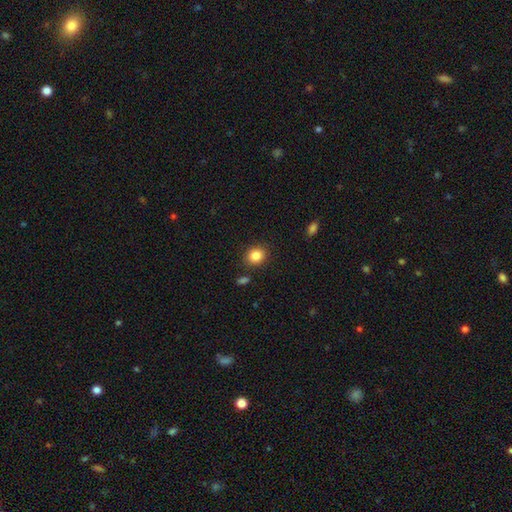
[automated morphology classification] A smooth galaxy with no disk features (85%) that is round (66%). Merging: none (86%).